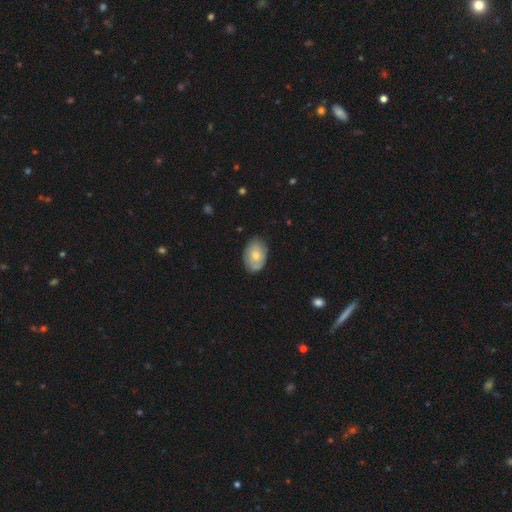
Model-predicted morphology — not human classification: Q: Smooth or featured?
A: smooth (63%); runner-up: featured or disk (30%)
Q: How rounded?
A: in between (85%); runner-up: round (14%)
Q: Merging?
A: none (73%); runner-up: minor disturbance (22%)